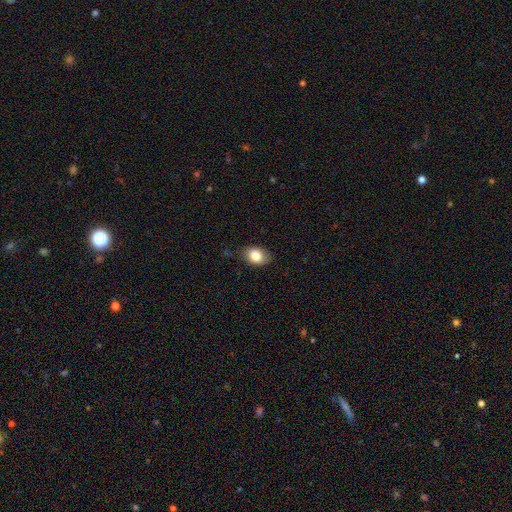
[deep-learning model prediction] This is clearly a smooth galaxy (83%). How rounded: likely in between (75%). Merging: clearly none (80%).